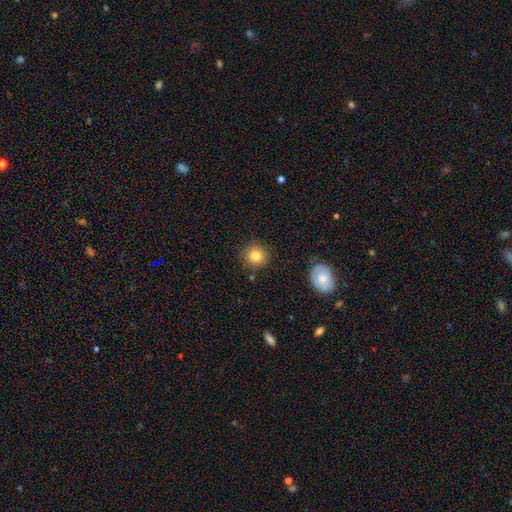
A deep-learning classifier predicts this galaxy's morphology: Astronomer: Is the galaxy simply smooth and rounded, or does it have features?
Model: smooth — 82%.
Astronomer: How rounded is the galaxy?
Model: round — 92%.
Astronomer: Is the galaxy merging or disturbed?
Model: none — 86%.